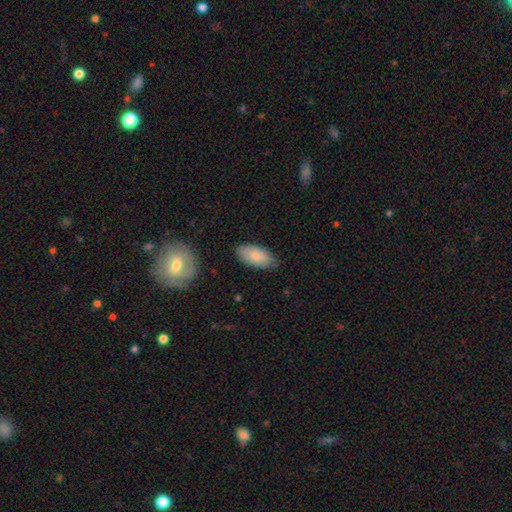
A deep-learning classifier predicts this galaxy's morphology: type=smooth (82%); roundness=in between (93%); merging=none (77%).